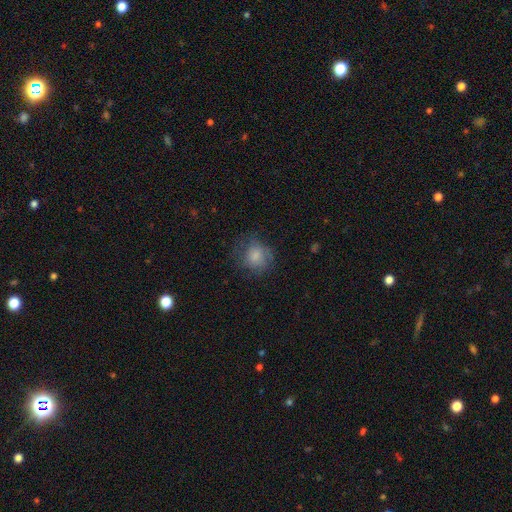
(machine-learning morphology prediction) Smooth or featured? Predicted: smooth (p=0.75). How rounded? Predicted: round (p=0.79). Merging? Predicted: none (p=0.61).